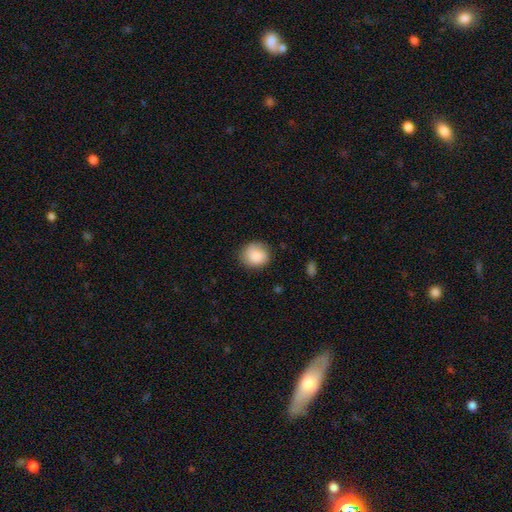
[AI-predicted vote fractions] Overall: smooth (86%). How rounded: round (82%). Merging: none (81%).